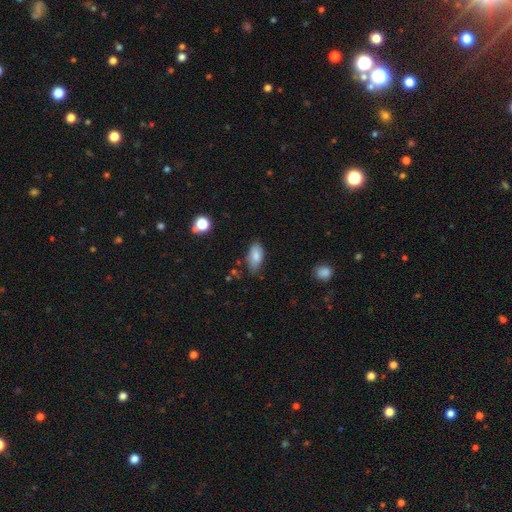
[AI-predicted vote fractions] A smooth galaxy with no disk features (80%) that is in between round and cigar-shaped (91%).

Vote fractions:
- Smooth or featured? smooth: 80% / featured or disk: 13% / star or artifact: 8%
- How rounded? in between: 91% / cigar-shaped: 6% / round: 3%
- Merging? none: 69% / minor disturbance: 24% / major disturbance: 4% / merger: 3%